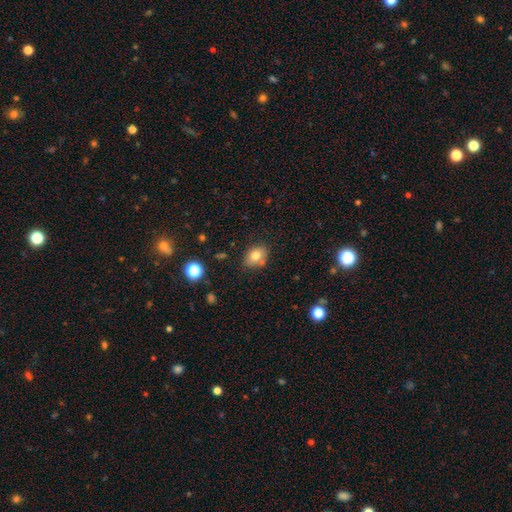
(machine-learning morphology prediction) smooth 80%, star or artifact 10%, featured or disk 10%. Down the decision tree: how rounded — in between (68%); merging — none (73%).